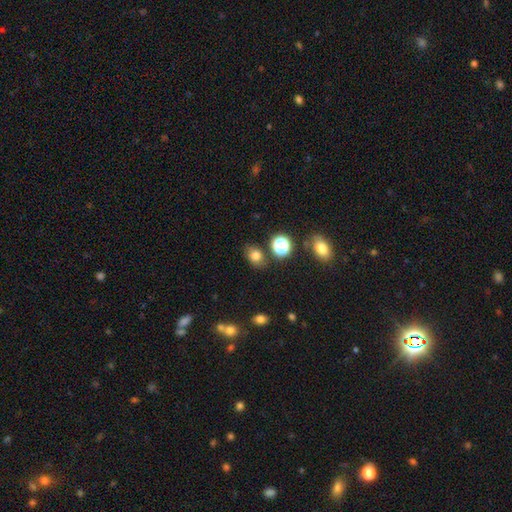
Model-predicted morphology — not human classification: type=smooth (76%); roundness=in between (51%); merging=none (79%).